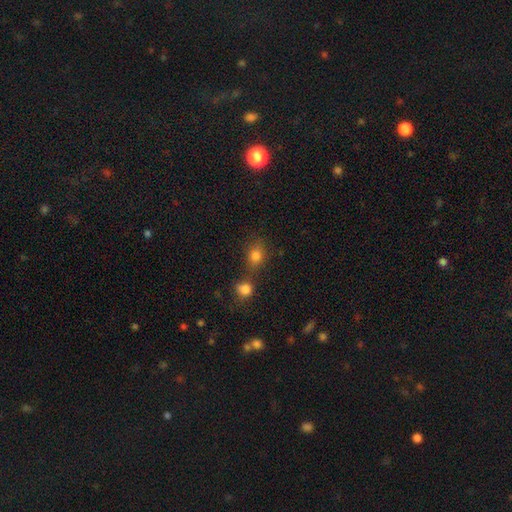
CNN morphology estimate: smooth_or_featured: smooth (p=0.80) [alt: star or artifact p=0.13]
how_rounded: round (p=0.57) [alt: in between p=0.42]
merging: none (p=0.54) [alt: merger p=0.29]